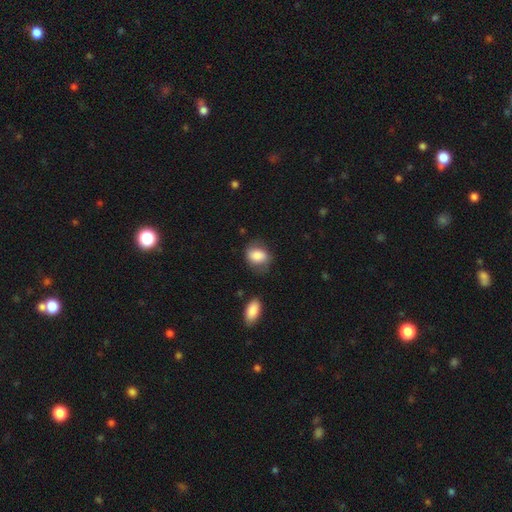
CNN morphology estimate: A smooth galaxy with no disk features (80%) that is in between round and cigar-shaped (63%). Merging: none (63%).